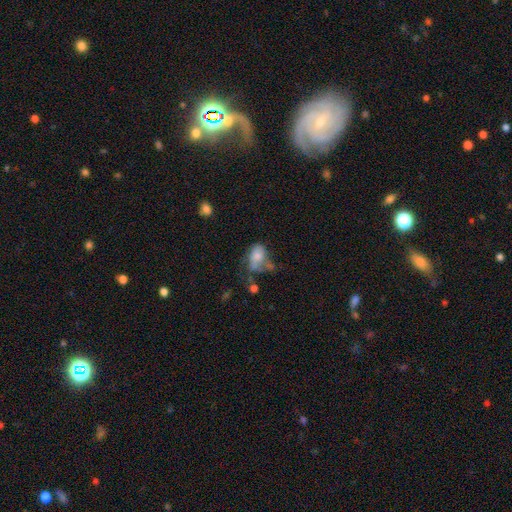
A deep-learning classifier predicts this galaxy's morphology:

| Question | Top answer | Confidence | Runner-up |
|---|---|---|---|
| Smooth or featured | smooth | 64% | featured or disk (25%) |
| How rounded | in between | 81% | round (18%) |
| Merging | major disturbance | 32% | minor disturbance (26%) |